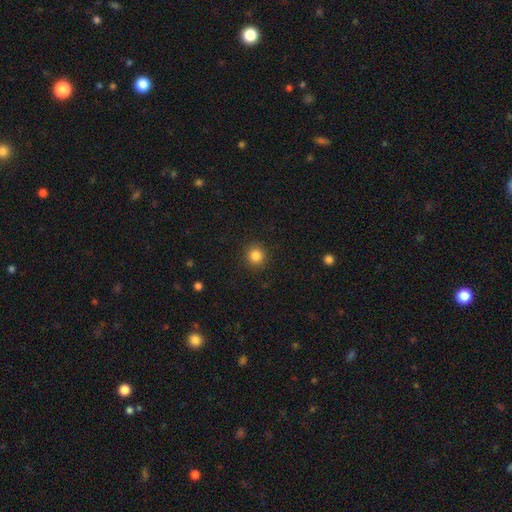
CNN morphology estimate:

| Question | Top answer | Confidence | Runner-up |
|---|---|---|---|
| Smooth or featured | smooth | 84% | star or artifact (11%) |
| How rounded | round | 92% | in between (7%) |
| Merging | none | 91% | minor disturbance (6%) |